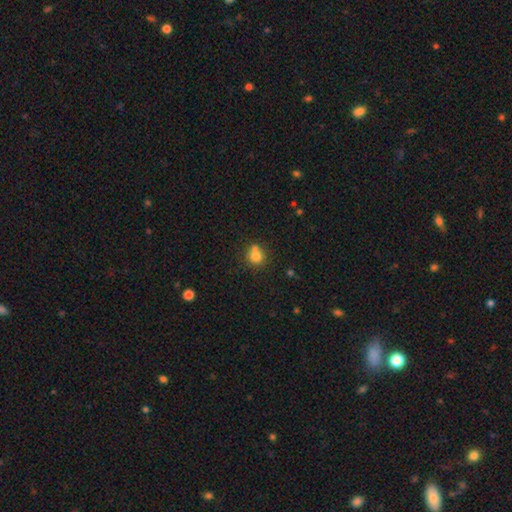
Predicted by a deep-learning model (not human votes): smooth_or_featured: smooth (p=0.78) [alt: star or artifact p=0.12]
how_rounded: round (p=0.86) [alt: in between p=0.14]
merging: none (p=0.52) [alt: merger p=0.34]